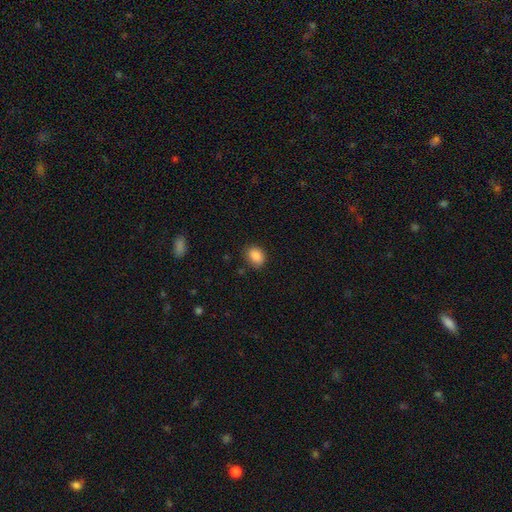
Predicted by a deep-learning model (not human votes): This appears to be a smooth galaxy with no disk features (88%) that is in between round and cigar-shaped (65%). Merging: none (82%).